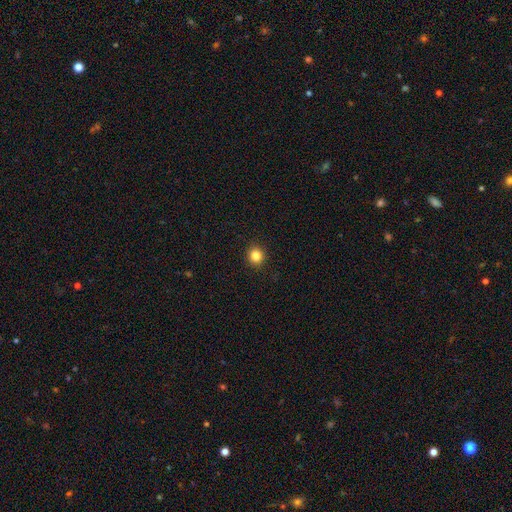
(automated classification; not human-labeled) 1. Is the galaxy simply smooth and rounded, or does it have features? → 84% smooth, 12% star or artifact, 5% featured or disk.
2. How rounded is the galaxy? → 90% round, 10% in between, 1% cigar-shaped.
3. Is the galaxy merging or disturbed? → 93% none, 5% minor disturbance, 2% major disturbance, 1% merger.